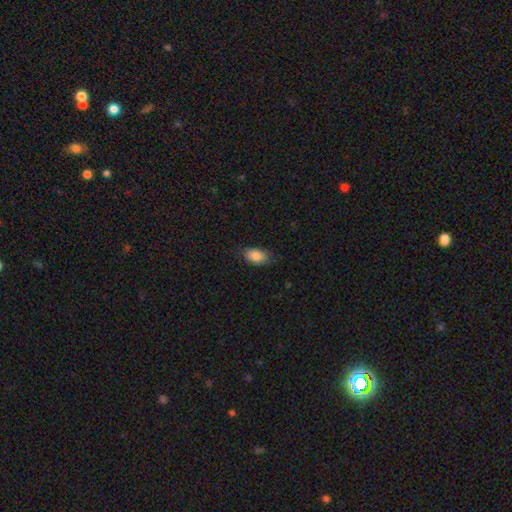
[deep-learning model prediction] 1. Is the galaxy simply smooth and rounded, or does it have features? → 86% smooth, 7% star or artifact, 7% featured or disk.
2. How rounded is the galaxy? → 90% in between, 8% round, 2% cigar-shaped.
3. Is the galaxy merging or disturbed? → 74% none, 21% minor disturbance, 4% major disturbance, 1% merger.